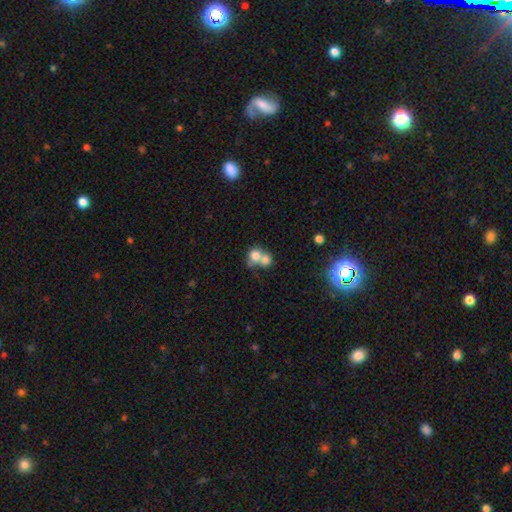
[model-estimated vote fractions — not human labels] Smooth or featured?
  - smooth: 73% *
  - featured or disk: 16%
  - star or artifact: 10%
How rounded?
  - round: 72% *
  - in between: 27%
  - cigar-shaped: 1%
Merging?
  - merger: 65% *
  - none: 25%
  - minor disturbance: 6%
  - major disturbance: 4%